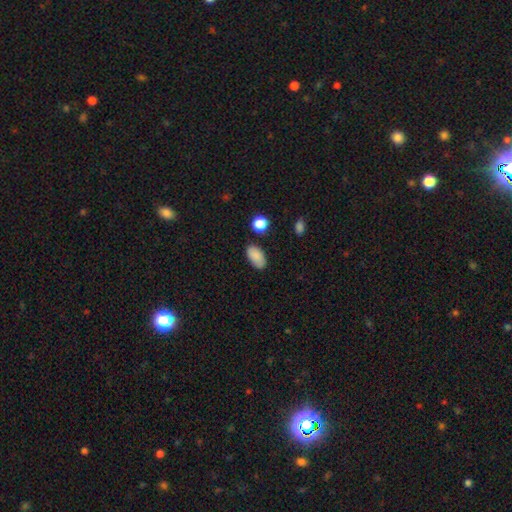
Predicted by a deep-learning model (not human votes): Smooth or featured? smooth (87%)
How rounded? in between (93%)
Merging? none (81%)